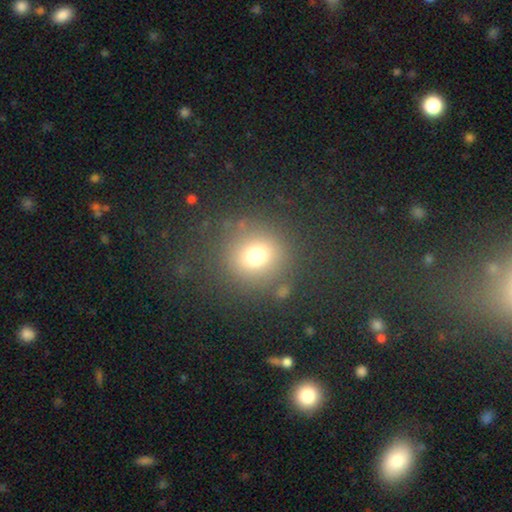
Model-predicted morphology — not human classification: Smooth or featured? Predicted: smooth (p=0.71). How rounded? Predicted: round (p=0.90). Merging? Predicted: none (p=0.81).